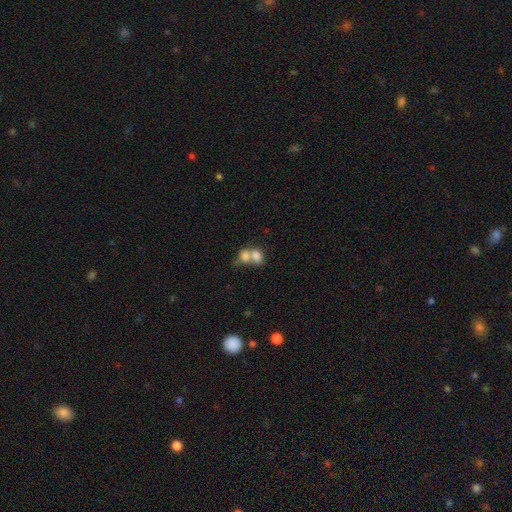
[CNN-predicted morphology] Overall: smooth (78%). How rounded: in between (69%; round 30%). Merging: merger (70%).